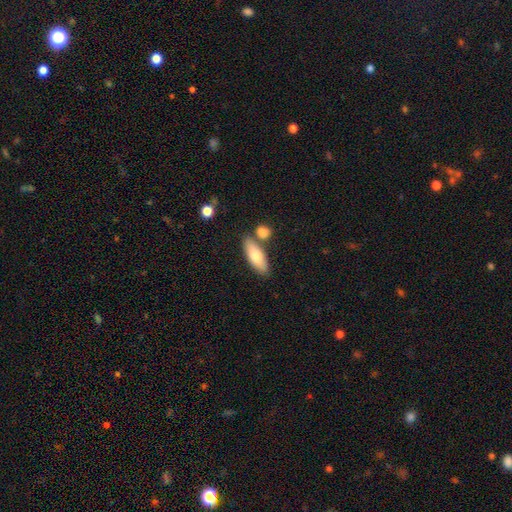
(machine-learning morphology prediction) Q: Smooth or featured?
A: smooth (72%); runner-up: featured or disk (22%)
Q: How rounded?
A: in between (69%); runner-up: cigar-shaped (28%)
Q: Merging?
A: none (70%); runner-up: merger (15%)